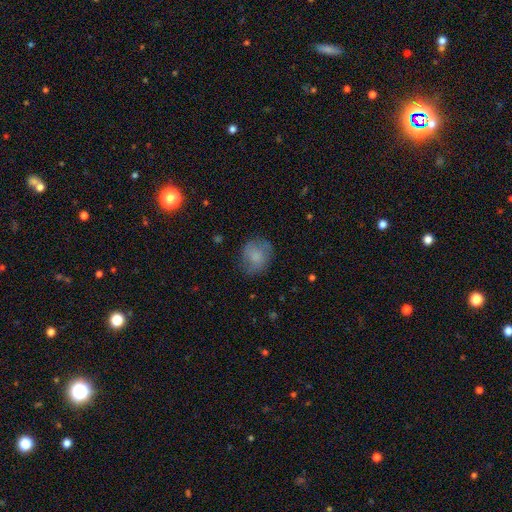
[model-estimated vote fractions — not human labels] smooth 73%, featured or disk 19%, star or artifact 9%. Down the decision tree: how rounded — round (73%); merging — none (66%).